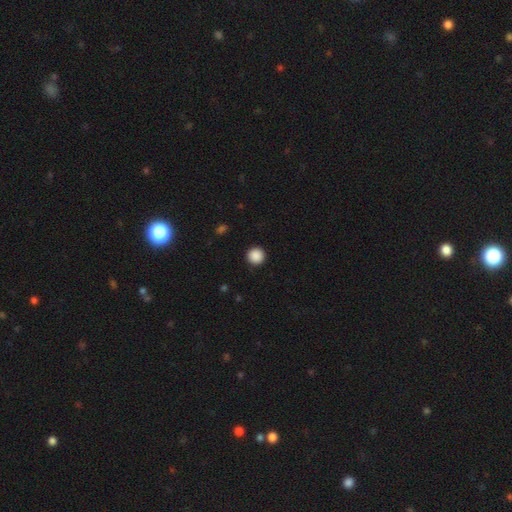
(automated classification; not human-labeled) Smooth or featured? Predicted: smooth (p=0.89). How rounded? Predicted: round (p=0.96). Merging? Predicted: none (p=0.93).